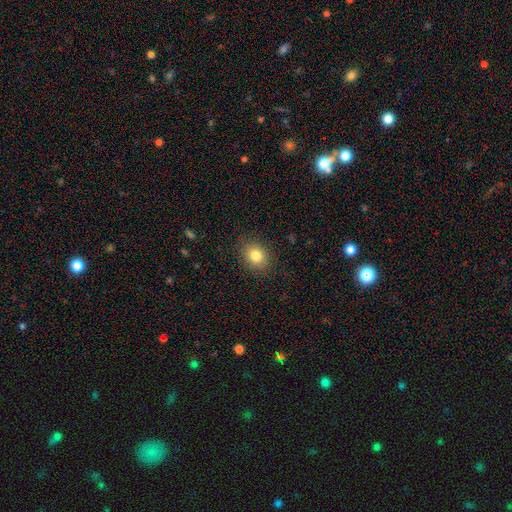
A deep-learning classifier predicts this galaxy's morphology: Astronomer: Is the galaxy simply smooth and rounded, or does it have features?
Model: smooth — 82%.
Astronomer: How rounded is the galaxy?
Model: round — 54% (runner-up: in between, 45%).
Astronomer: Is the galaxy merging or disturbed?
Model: none — 87%.